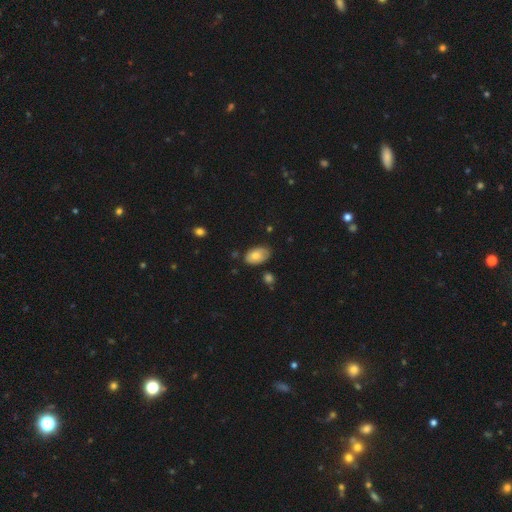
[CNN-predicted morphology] The model was most divided on "merging": none: 66%, minor disturbance: 26%, major disturbance: 5%, merger: 3%. More confident: how rounded — in between (92%); smooth or featured — smooth (75%).